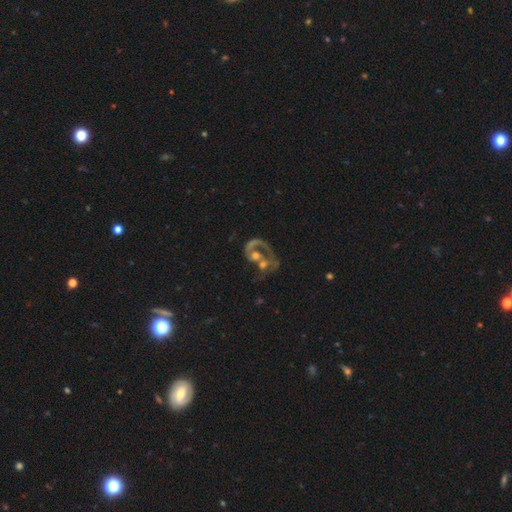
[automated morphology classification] The model was most divided on "spiral arms": yes: 62%, no: 38%. More confident: edge-on disk — no (97%); bar — no (76%); smooth or featured — featured or disk (74%); bulge size — moderate (56%); merging — merger (55%).